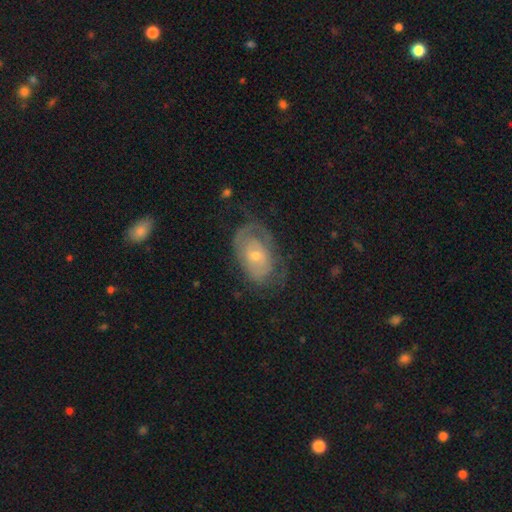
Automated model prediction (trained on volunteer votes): Q: Smooth or featured?
A: featured or disk (68%); runner-up: smooth (25%)
Q: Edge-on disk?
A: no (94%); runner-up: yes (6%)
Q: Bar?
A: no (76%); runner-up: weak (20%)
Q: Spiral arms?
A: yes (68%); runner-up: no (32%)
Q: Bulge size?
A: small (53%); runner-up: moderate (43%)
Q: Merging?
A: none (57%); runner-up: minor disturbance (24%)